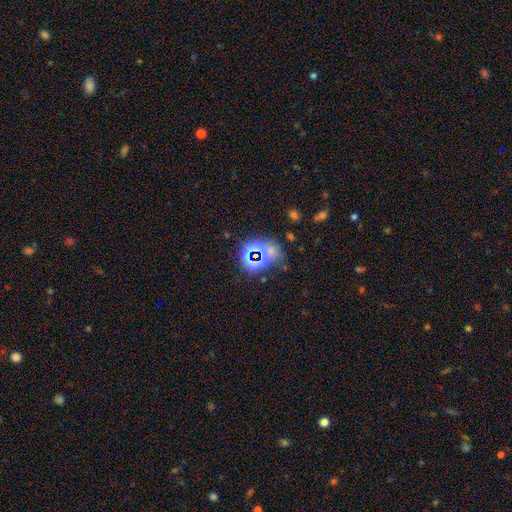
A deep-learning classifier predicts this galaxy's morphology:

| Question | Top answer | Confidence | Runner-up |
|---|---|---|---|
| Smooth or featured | star or artifact | 63% | smooth (27%) |